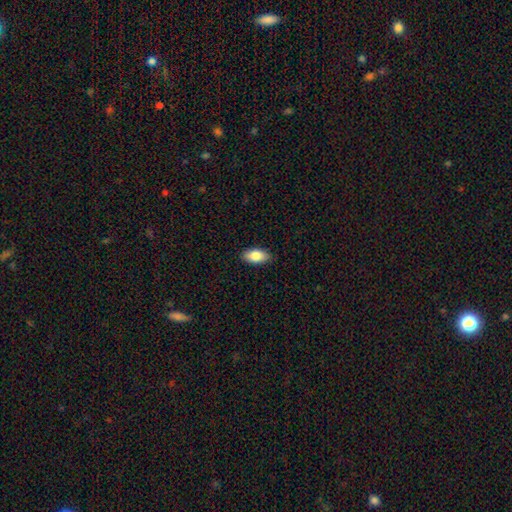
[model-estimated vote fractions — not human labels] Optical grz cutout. It shows a smooth galaxy with no disk features (83%) that is in between round and cigar-shaped (91%). Merging: none (88%).